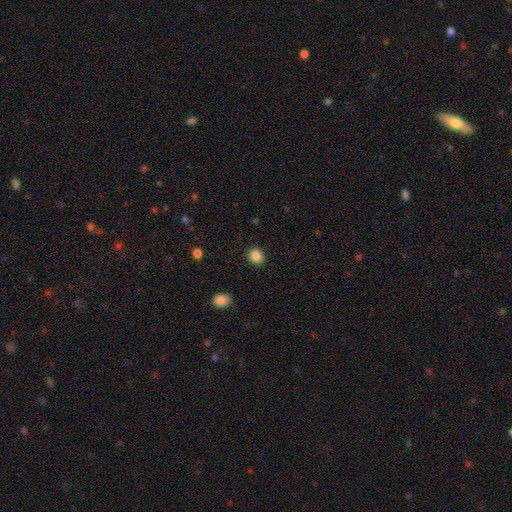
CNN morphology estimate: smooth-or-featured: smooth: 87% | star or artifact: 10% | featured or disk: 4%
  how-rounded: round: 70% | in between: 29% | cigar-shaped: 1%
  merging: none: 90% | minor disturbance: 6% | major disturbance: 2% | merger: 1%